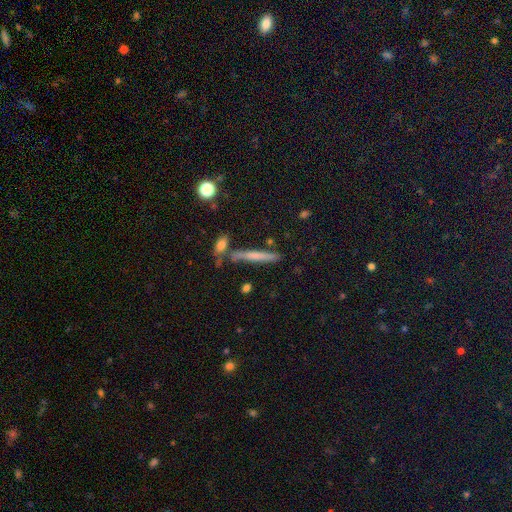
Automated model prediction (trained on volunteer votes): A smooth galaxy with no disk features (56%) that is cigar-shaped (93%).

Vote fractions:
- Smooth or featured? smooth: 56% / featured or disk: 36% / star or artifact: 8%
- How rounded? cigar-shaped: 93% / in between: 5% / round: 2%
- Merging? none: 73% / minor disturbance: 12% / merger: 11% / major disturbance: 4%